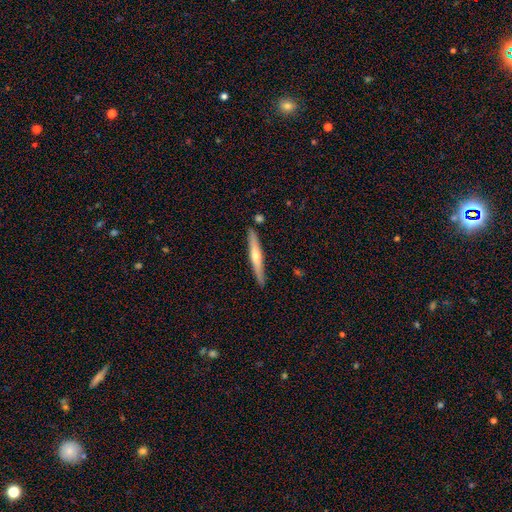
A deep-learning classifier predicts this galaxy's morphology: smooth-or-featured: featured or disk: 59% | smooth: 35% | star or artifact: 5%
  disk-edge-on: yes: 96% | no: 4%
    edge-on-bulge: rounded: 85% | none: 12% | boxy: 3%
  merging: none: 88% | minor disturbance: 8% | merger: 3% | major disturbance: 1%